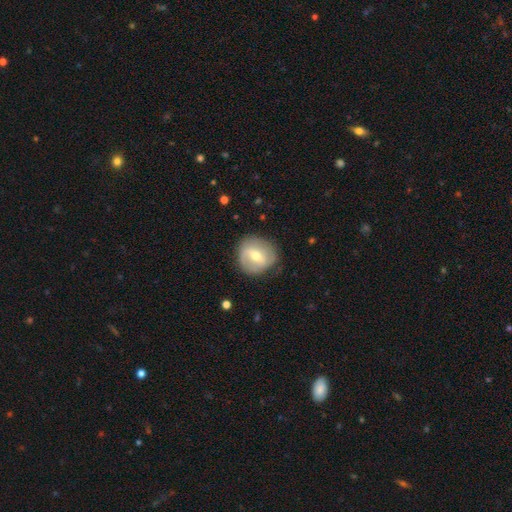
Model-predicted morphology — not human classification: A featured or disk galaxy (52%).

Vote fractions:
- Smooth or featured? featured or disk: 52% / smooth: 42% / star or artifact: 7%
- Edge-on disk? no: 95% / yes: 5%
- Merging? none: 78% / minor disturbance: 16% / major disturbance: 5% / merger: 1%